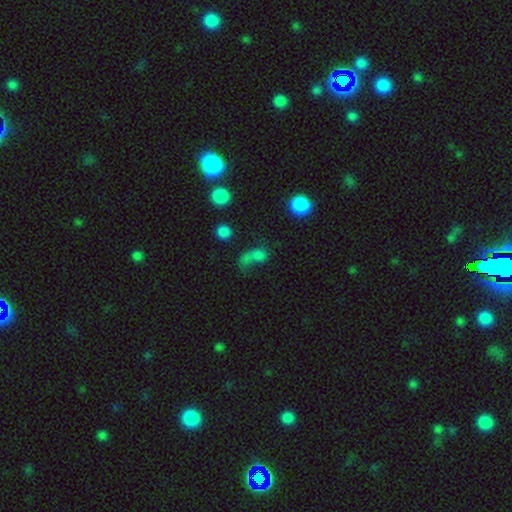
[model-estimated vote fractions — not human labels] Smooth or featured: smooth — 66% (star or artifact — 17%)
How rounded: in between — 62% (round — 32%)
Merging: major disturbance — 33% (none — 27%)